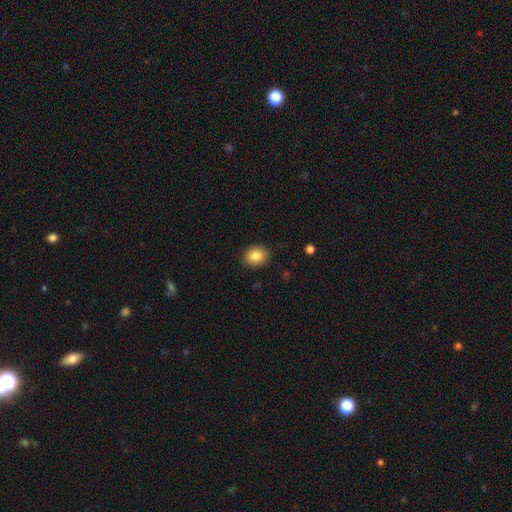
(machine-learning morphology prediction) This appears to be a smooth galaxy with no disk features (84%) that is round (54%). Merging: none (89%).